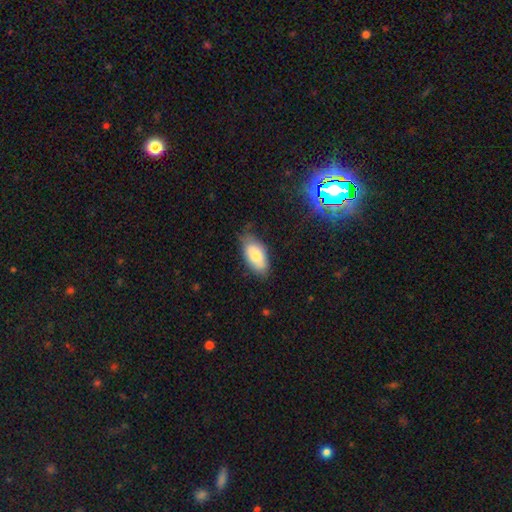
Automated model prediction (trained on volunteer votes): A smooth galaxy with no disk features (75%) that is in between round and cigar-shaped (93%).

Vote fractions:
- Smooth or featured? smooth: 75% / featured or disk: 18% / star or artifact: 7%
- How rounded? in between: 93% / cigar-shaped: 4% / round: 3%
- Merging? none: 62% / minor disturbance: 30% / major disturbance: 7% / merger: 2%